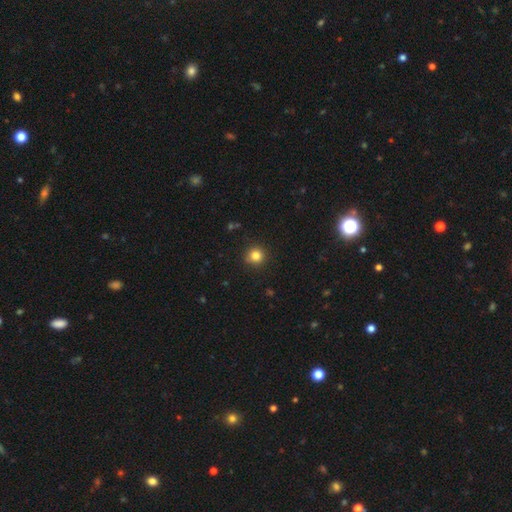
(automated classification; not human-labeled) Morphology: type=smooth (83%); roundness=round (94%); merging=none (90%).